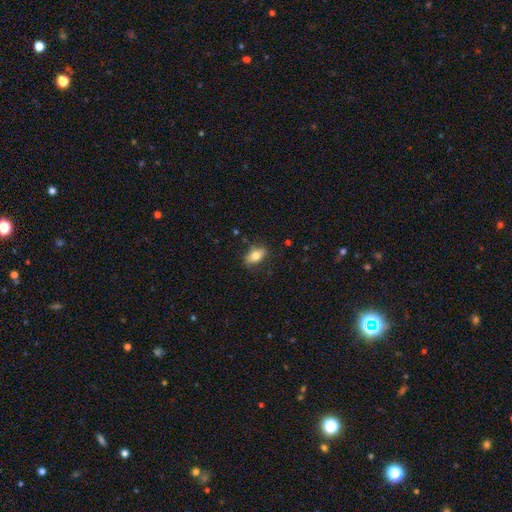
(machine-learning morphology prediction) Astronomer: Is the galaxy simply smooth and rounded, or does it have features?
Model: smooth — 75%.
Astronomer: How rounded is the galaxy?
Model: in between — 85%.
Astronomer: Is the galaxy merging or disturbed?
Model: none — 79%.